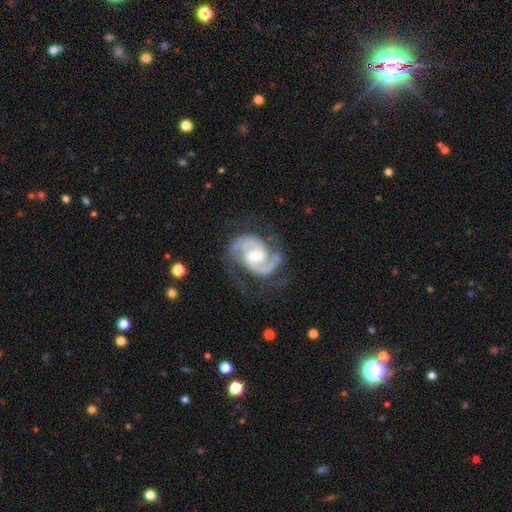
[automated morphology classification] type=featured or disk (93%); edge-on=no (98%); bar=weak (51%); spiral arms=yes (99%); winding=medium (51%); arm count=2 (90%); bulge=moderate (58%); merging=none (72%).